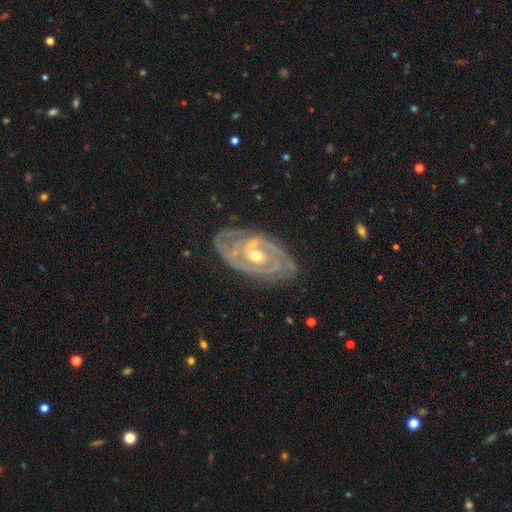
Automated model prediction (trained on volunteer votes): Morphology: type=featured or disk (88%); edge-on=no (95%); bar=no (65%); spiral arms=yes (93%); winding=tight (74%); arm count=2 (50%); bulge=moderate (66%); merging=none (70%).